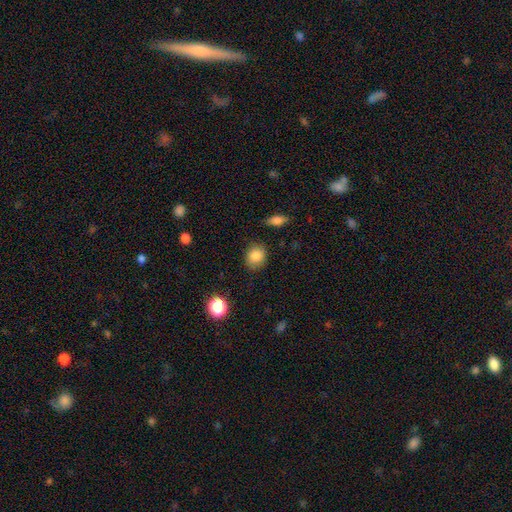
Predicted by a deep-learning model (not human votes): Overall: smooth (84%). How rounded: round (65%; in between 33%). Merging: none (81%).